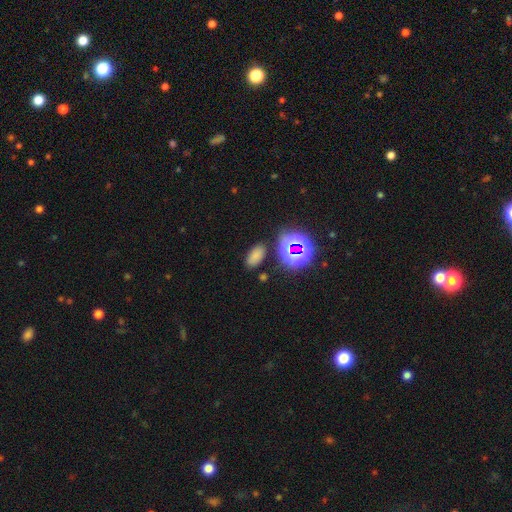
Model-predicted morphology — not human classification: smooth 70%, star or artifact 23%, featured or disk 6%. Down the decision tree: how rounded — in between (90%); merging — none (83%).